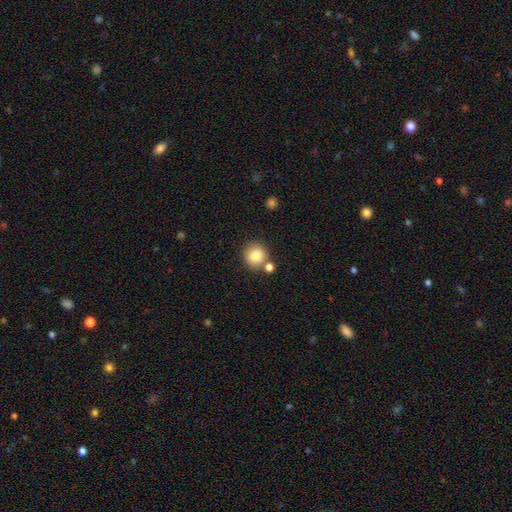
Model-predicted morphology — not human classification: This is clearly a smooth galaxy (81%). How rounded: clearly round (92%). Merging: likely none (74%).